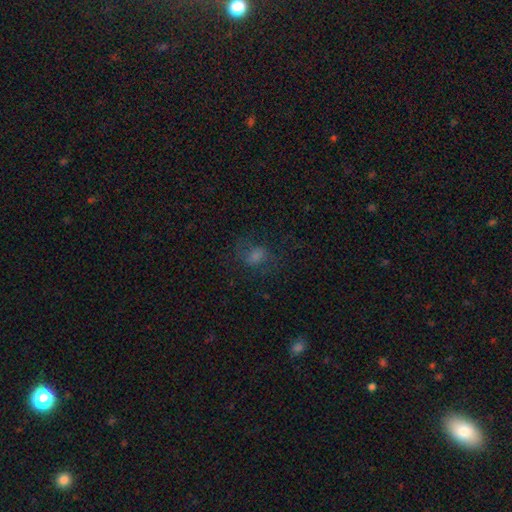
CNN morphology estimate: Smooth or featured?
  - smooth: 48% *
  - star or artifact: 26%
  - featured or disk: 26%
Merging?
  - none: 64% *
  - minor disturbance: 18%
  - major disturbance: 17%
  - merger: 2%